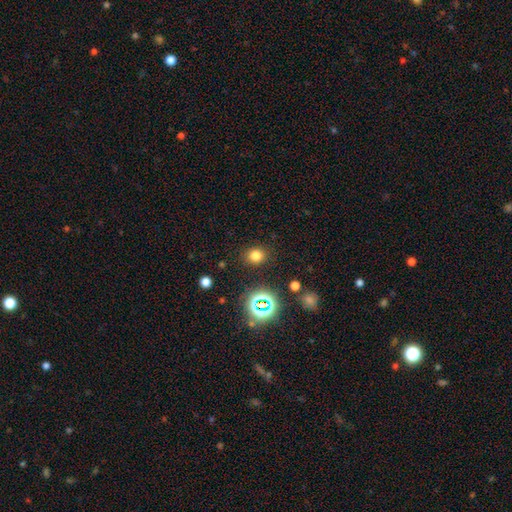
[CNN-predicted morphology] Overall: smooth (75%). How rounded: round (74%). Merging: none (87%).